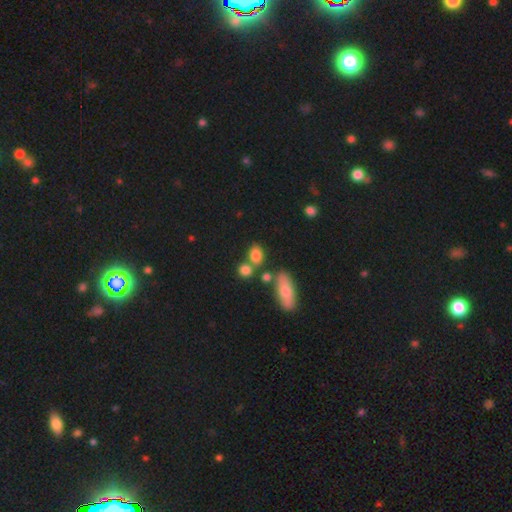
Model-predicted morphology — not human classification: Q: Smooth or featured?
A: smooth (80%); runner-up: star or artifact (11%)
Q: How rounded?
A: in between (65%); runner-up: round (32%)
Q: Merging?
A: none (56%); runner-up: merger (25%)